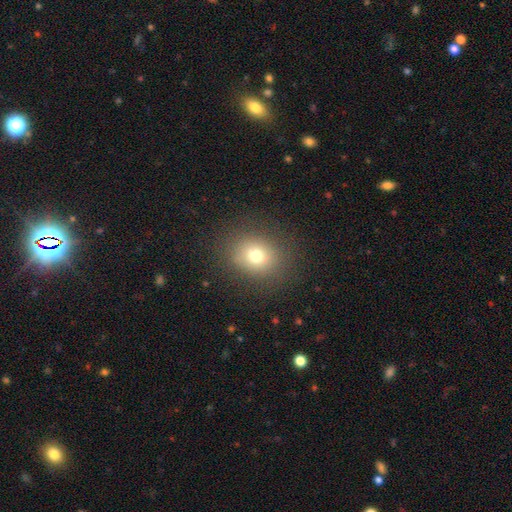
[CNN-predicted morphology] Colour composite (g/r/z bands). It shows a smooth galaxy with no disk features (74%) that is round (68%). Merging: none (85%).